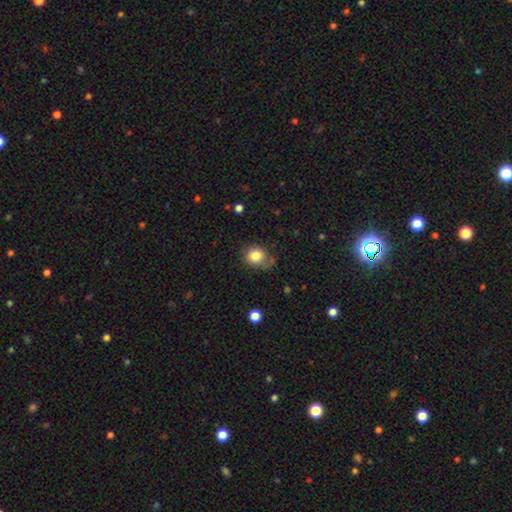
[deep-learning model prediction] Smooth or featured?
  - smooth: 83% *
  - star or artifact: 10%
  - featured or disk: 7%
How rounded?
  - round: 70% *
  - in between: 29%
  - cigar-shaped: 1%
Merging?
  - none: 66% *
  - minor disturbance: 24%
  - major disturbance: 7%
  - merger: 3%